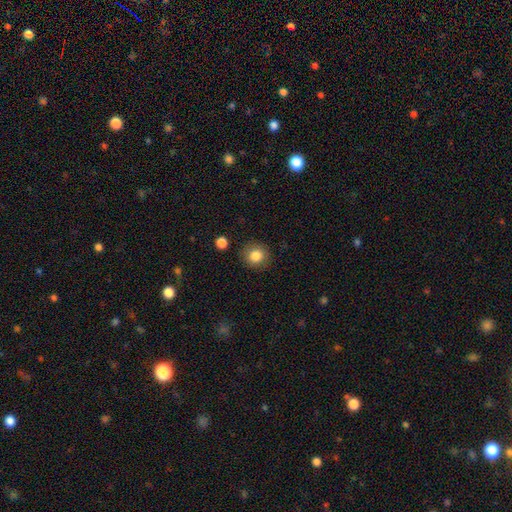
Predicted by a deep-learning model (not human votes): A smooth galaxy with no disk features (85%) that is round (88%). Merging: none (87%).